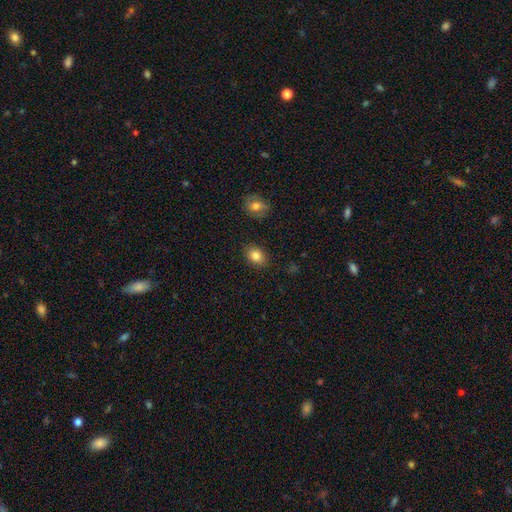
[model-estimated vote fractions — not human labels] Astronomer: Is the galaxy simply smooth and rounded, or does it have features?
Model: smooth — 84%.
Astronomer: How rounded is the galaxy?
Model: in between — 69%.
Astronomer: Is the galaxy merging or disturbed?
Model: none — 86%.